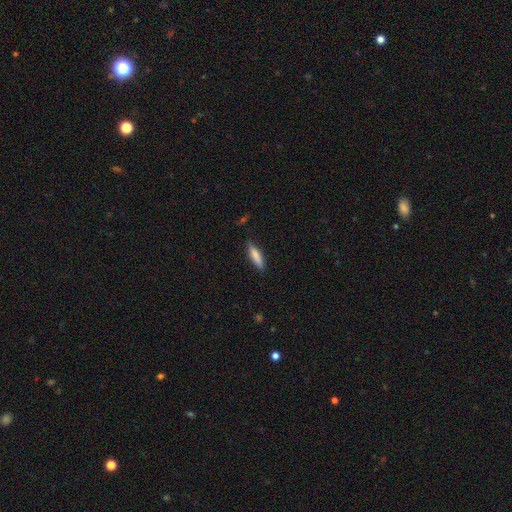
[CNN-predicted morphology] Smooth or featured? Predicted: smooth (p=0.79). How rounded? Predicted: cigar-shaped (p=0.75). Merging? Predicted: none (p=0.85).